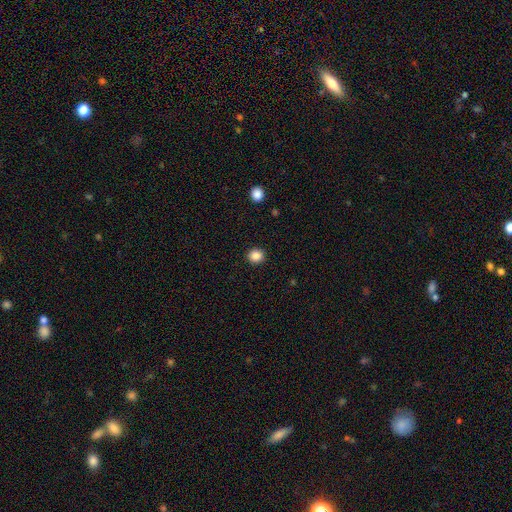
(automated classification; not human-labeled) The model was most divided on "how rounded": round: 85%, in between: 14%, cigar-shaped: 1%. More confident: merging — none (92%); smooth or featured — smooth (87%).